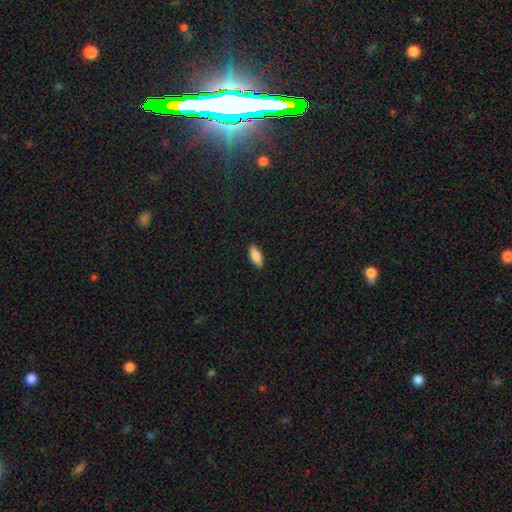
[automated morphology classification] smooth 83%, featured or disk 11%, star or artifact 6%. Down the decision tree: how rounded — in between (79%); merging — none (90%).